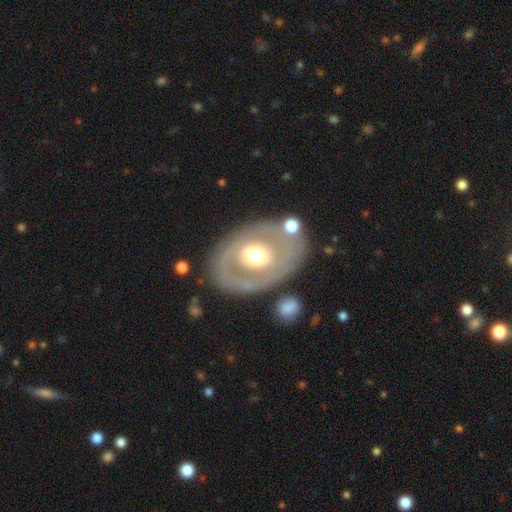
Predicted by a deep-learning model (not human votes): Overall: featured or disk (69%). Edge-on disk: no (93%). Bar: no (73%). Spiral arms: no (70%). Bulge size: moderate (69%). Merging: none (76%).